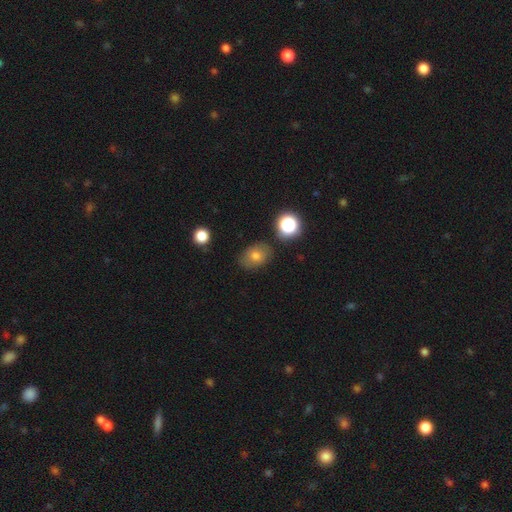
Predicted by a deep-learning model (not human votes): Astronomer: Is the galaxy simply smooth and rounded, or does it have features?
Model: smooth — 74%.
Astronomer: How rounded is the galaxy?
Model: in between — 70%.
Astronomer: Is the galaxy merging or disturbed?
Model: none — 78%.